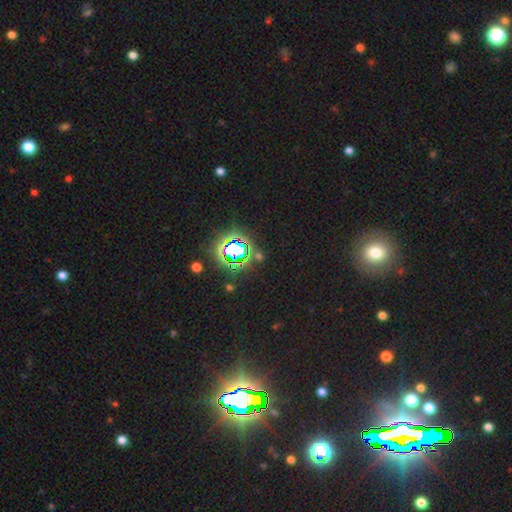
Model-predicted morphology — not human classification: A star or artifact, not a galaxy (77%).